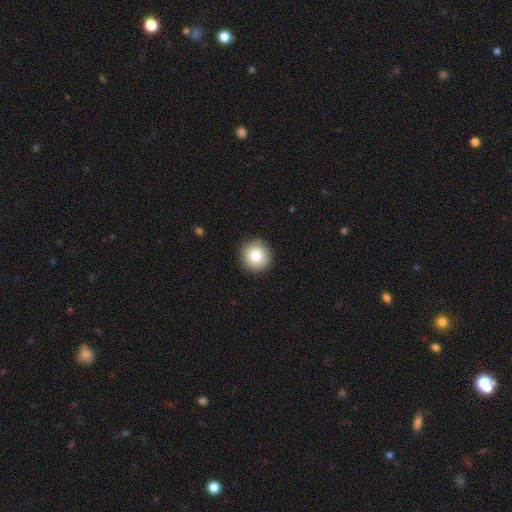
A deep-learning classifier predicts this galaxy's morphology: Overall: smooth (83%). How rounded: round (93%). Merging: none (92%).